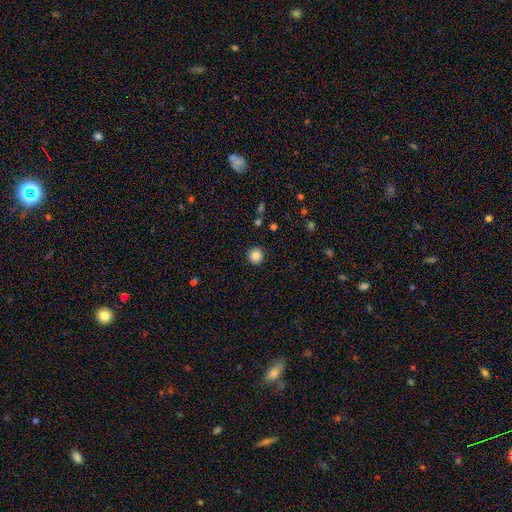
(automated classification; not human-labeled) smooth-or-featured: smooth: 85% | star or artifact: 10% | featured or disk: 5%
  how-rounded: round: 95% | in between: 4% | cigar-shaped: 1%
  merging: none: 92% | minor disturbance: 5% | major disturbance: 2% | merger: 1%